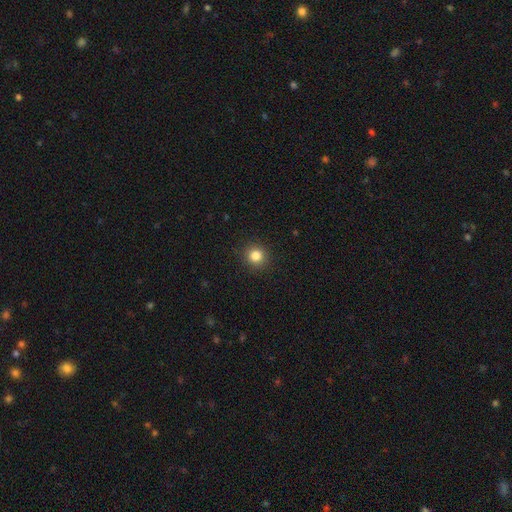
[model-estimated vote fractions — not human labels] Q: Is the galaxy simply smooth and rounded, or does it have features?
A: smooth — 83%.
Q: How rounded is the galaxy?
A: round — 92%.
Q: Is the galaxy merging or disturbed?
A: none — 91%.